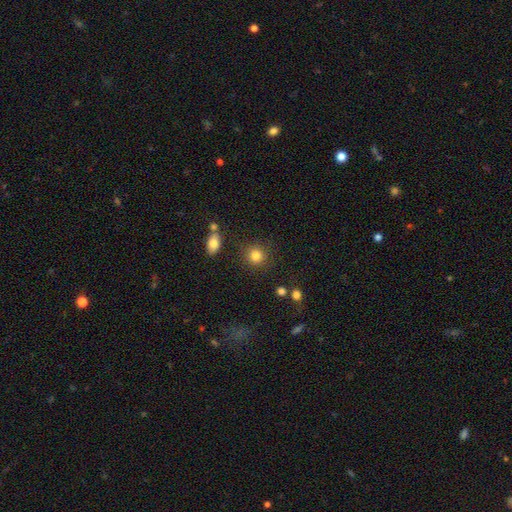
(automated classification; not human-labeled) Q: Smooth or featured?
A: smooth (84%); runner-up: star or artifact (10%)
Q: How rounded?
A: round (89%); runner-up: in between (10%)
Q: Merging?
A: none (85%); runner-up: minor disturbance (8%)